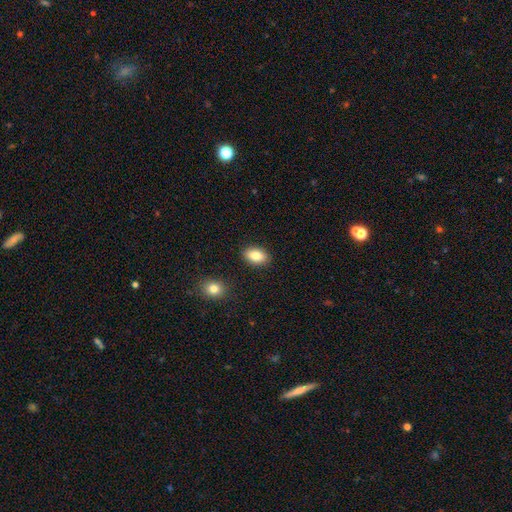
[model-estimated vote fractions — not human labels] A smooth galaxy with no disk features (86%) that is in between round and cigar-shaped (91%).

Vote fractions:
- Smooth or featured? smooth: 86% / star or artifact: 7% / featured or disk: 7%
- How rounded? in between: 91% / round: 7% / cigar-shaped: 2%
- Merging? none: 88% / minor disturbance: 8% / major disturbance: 2% / merger: 2%